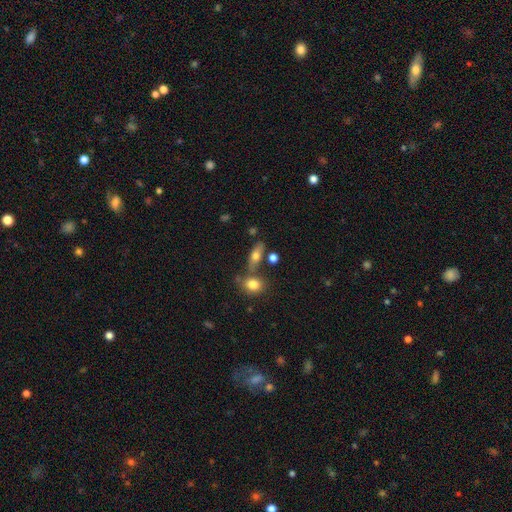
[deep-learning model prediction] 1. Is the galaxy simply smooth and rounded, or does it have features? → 65% smooth, 26% featured or disk, 9% star or artifact.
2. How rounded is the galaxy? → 64% in between, 28% cigar-shaped, 7% round.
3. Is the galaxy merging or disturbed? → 64% none, 18% merger, 13% minor disturbance, 5% major disturbance.